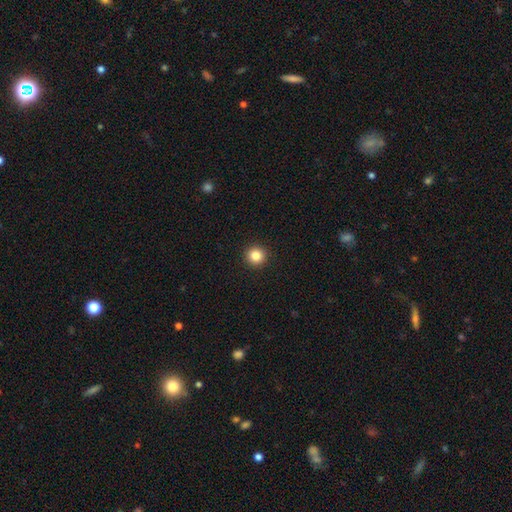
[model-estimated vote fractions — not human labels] Morphology: type=smooth (85%); roundness=round (95%); merging=none (93%).